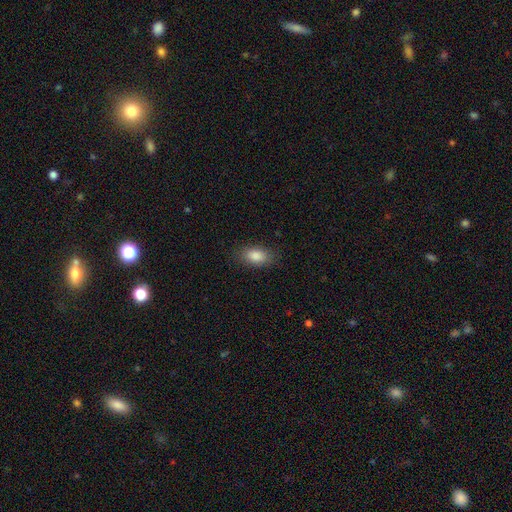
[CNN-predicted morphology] This is clearly a smooth galaxy (87%). How rounded: clearly in between (89%). Merging: clearly none (84%).